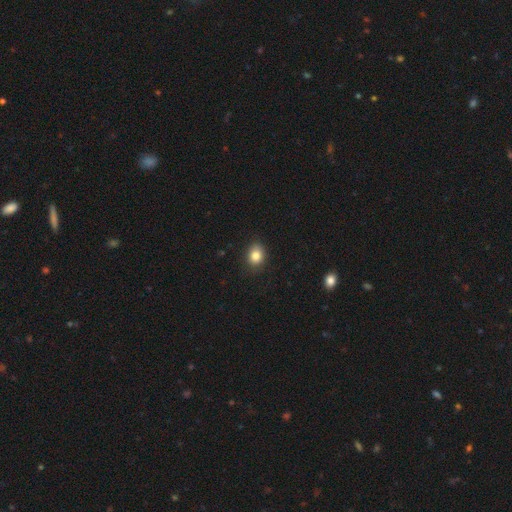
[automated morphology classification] Smooth or featured: smooth — 84% (star or artifact — 10%)
How rounded: in between — 52% (round — 47%)
Merging: none — 84% (minor disturbance — 12%)